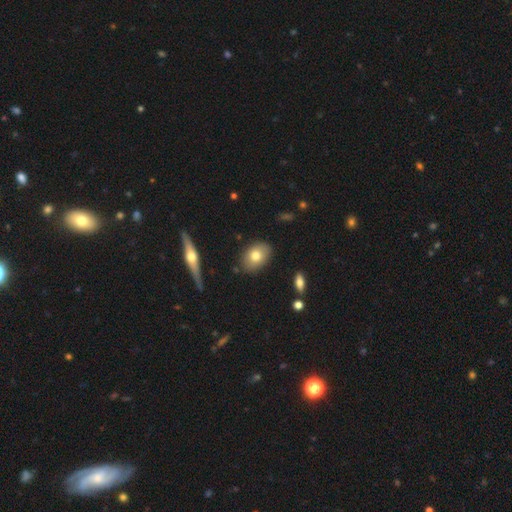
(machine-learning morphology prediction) type=smooth (75%); roundness=in between (80%); merging=none (85%).